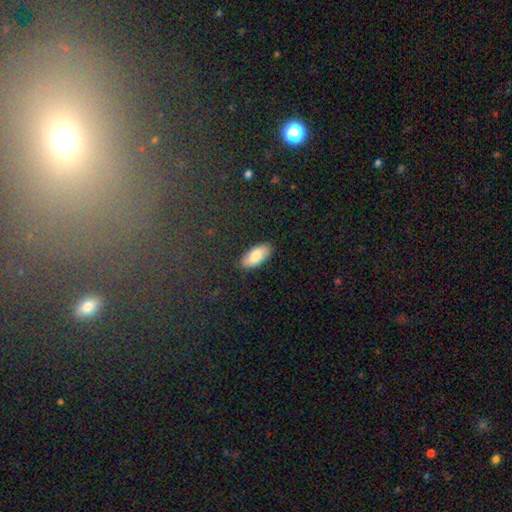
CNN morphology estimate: smooth_or_featured: smooth (p=0.81) [alt: featured or disk p=0.13]
how_rounded: in between (p=0.91) [alt: cigar-shaped p=0.07]
merging: none (p=0.88) [alt: minor disturbance p=0.09]